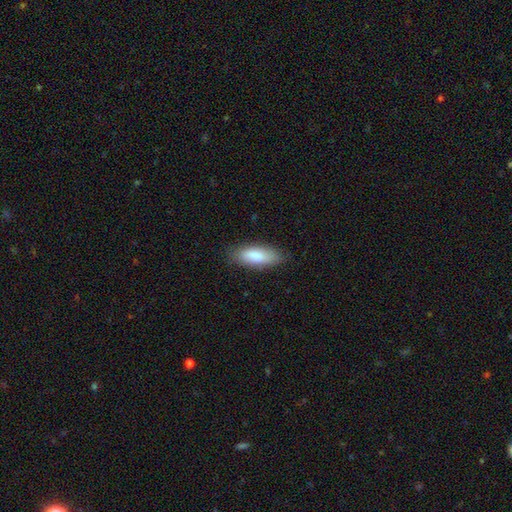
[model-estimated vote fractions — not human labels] This is clearly a smooth galaxy (84%). How rounded: likely in between (72%). Merging: clearly none (82%).